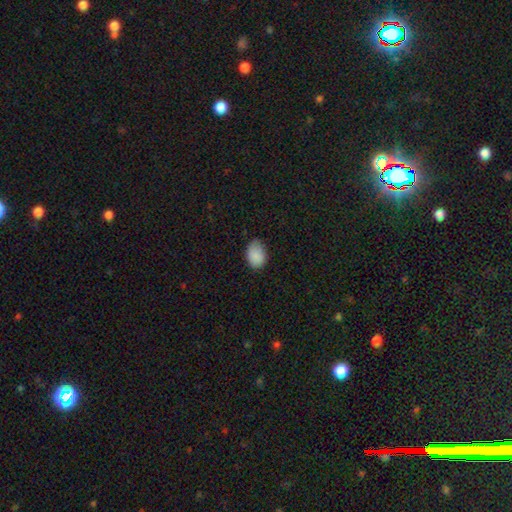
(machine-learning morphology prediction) A smooth galaxy with no disk features (88%) that is in between round and cigar-shaped (80%).

Vote fractions:
- Smooth or featured? smooth: 88% / star or artifact: 7% / featured or disk: 4%
- How rounded? in between: 80% / round: 19% / cigar-shaped: 1%
- Merging? none: 66% / minor disturbance: 29% / major disturbance: 4% / merger: 1%